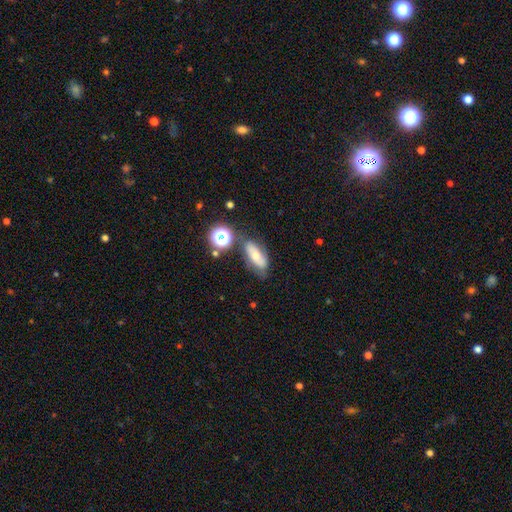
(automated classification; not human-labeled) Q: Smooth or featured?
A: smooth (50%); runner-up: featured or disk (37%)
Q: Merging?
A: none (63%); runner-up: minor disturbance (21%)